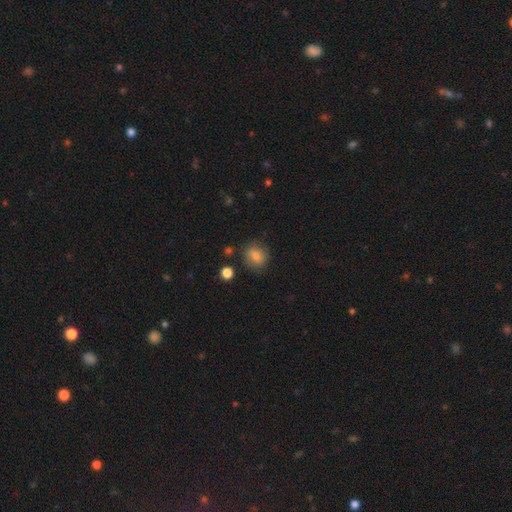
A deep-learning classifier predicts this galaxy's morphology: The model was most divided on "how rounded": round: 72%, in between: 26%, cigar-shaped: 1%. More confident: merging — none (81%); smooth or featured — smooth (79%).